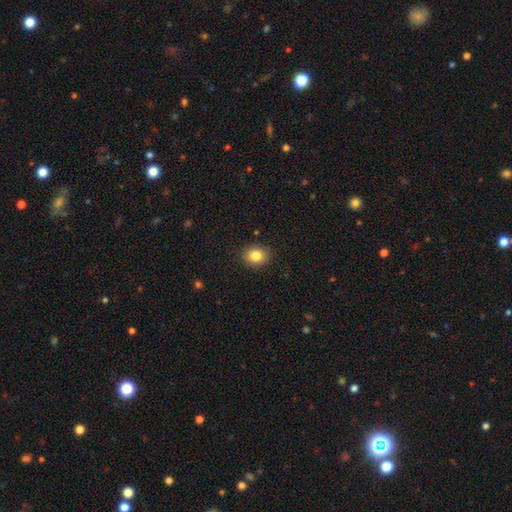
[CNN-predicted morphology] type=smooth (85%); roundness=round (57%); merging=none (89%).